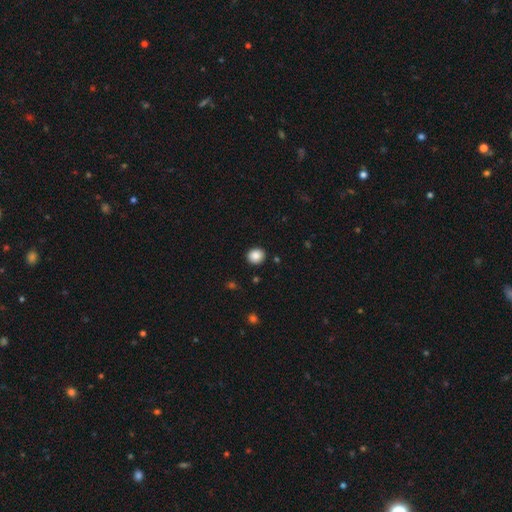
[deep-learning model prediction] Smooth or featured: smooth — 87% (star or artifact — 9%)
How rounded: round — 83% (in between — 16%)
Merging: none — 91% (minor disturbance — 6%)